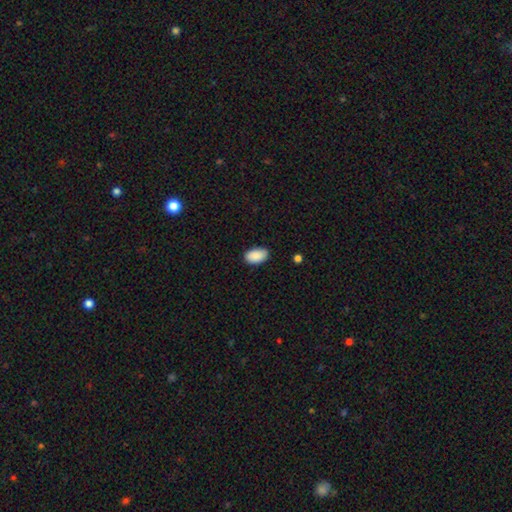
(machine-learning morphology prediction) This appears to be a smooth galaxy with no disk features (90%) that is in between round and cigar-shaped (94%). Merging: none (82%).